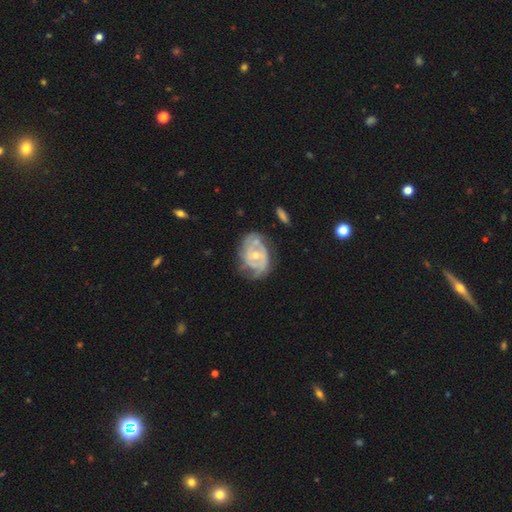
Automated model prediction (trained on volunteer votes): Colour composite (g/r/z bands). It shows a featured or disk galaxy (82%) with no bar (63%), 2 (46%) tight (53%) spiral arms (86%) and a small central bulge (49%). Merging: none (53%).